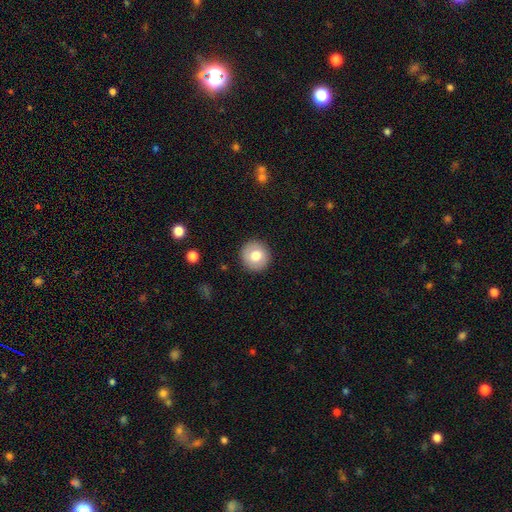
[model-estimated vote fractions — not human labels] The model was most divided on "smooth or featured": smooth: 77%, featured or disk: 14%, star or artifact: 8%. More confident: how rounded — round (94%); merging — none (91%).